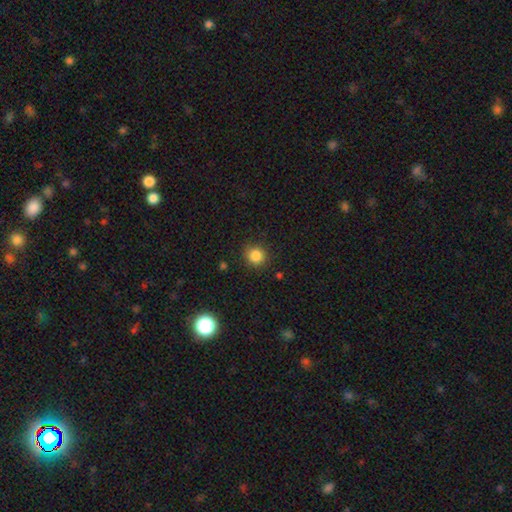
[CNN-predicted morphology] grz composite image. It shows a smooth galaxy with no disk features (85%) that is round (89%). Merging: none (88%).